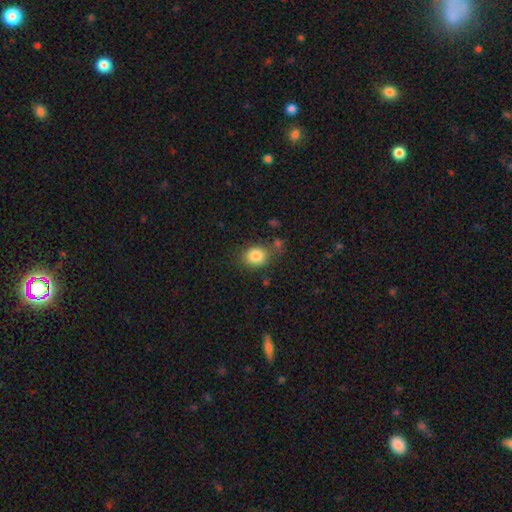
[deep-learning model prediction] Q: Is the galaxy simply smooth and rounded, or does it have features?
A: smooth — 85%.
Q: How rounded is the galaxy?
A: round — 62%.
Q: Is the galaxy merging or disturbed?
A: none — 70%.